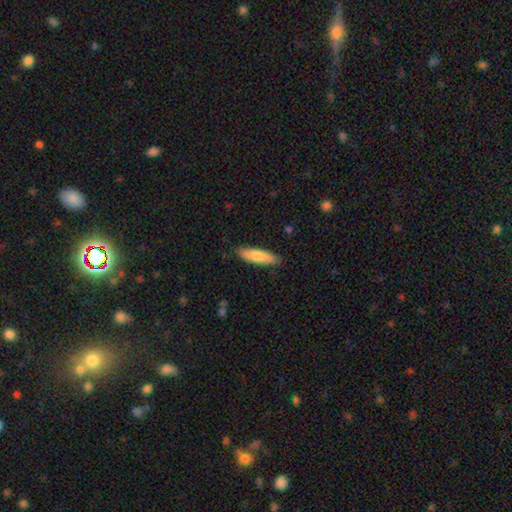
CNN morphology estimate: The model was most divided on "how rounded": cigar-shaped: 58%, in between: 41%, round: 2%. More confident: merging — none (86%); smooth or featured — smooth (78%).